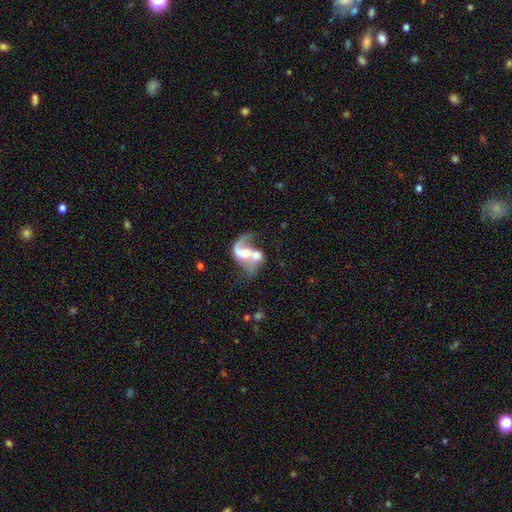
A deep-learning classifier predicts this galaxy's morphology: Smooth or featured?
  - featured or disk: 71% *
  - smooth: 21%
  - star or artifact: 8%
Edge-on disk?
  - no: 97% *
  - yes: 3%
Bar?
  - no: 56% *
  - weak: 32%
  - strong: 12%
Spiral arms?
  - yes: 80% *
  - no: 20%
Spiral winding?
  - loose: 72% *
  - medium: 23%
  - tight: 5%
Spiral arm count?
  - 1: 51% *
  - 2: 41%
  - can't tell: 5%
  - 3: 1%
  - 4: 1%
  - more than 4: 1%
Bulge size?
  - moderate: 44% *
  - large: 19%
  - small: 19%
  - none: 14%
  - dominant: 4%
Merging?
  - merger: 63% *
  - major disturbance: 17%
  - none: 14%
  - minor disturbance: 7%